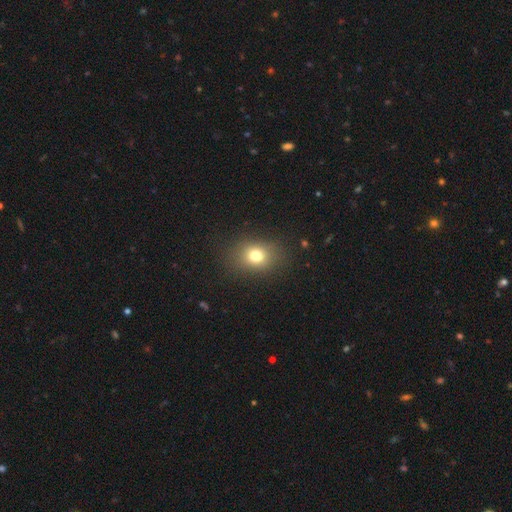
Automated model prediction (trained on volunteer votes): Smooth or featured? smooth (76%)
How rounded? in between (51%)
Merging? none (84%)